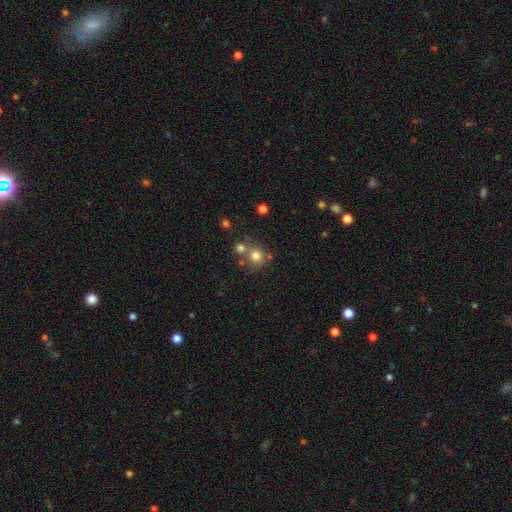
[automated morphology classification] A smooth galaxy with no disk features (75%) that is round (91%). Merging: none (63%).